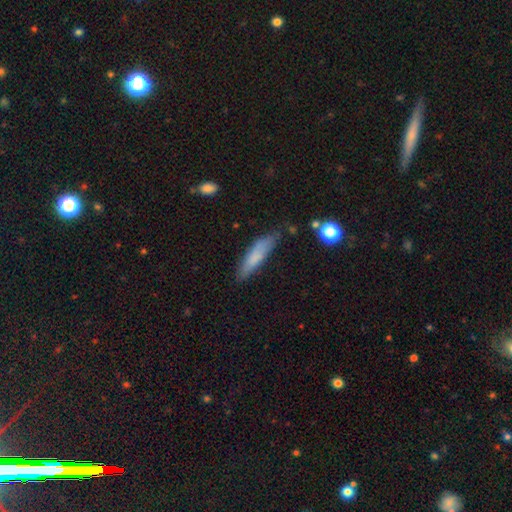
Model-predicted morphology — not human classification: Smooth or featured? smooth (75%)
How rounded? cigar-shaped (79%)
Merging? none (72%)